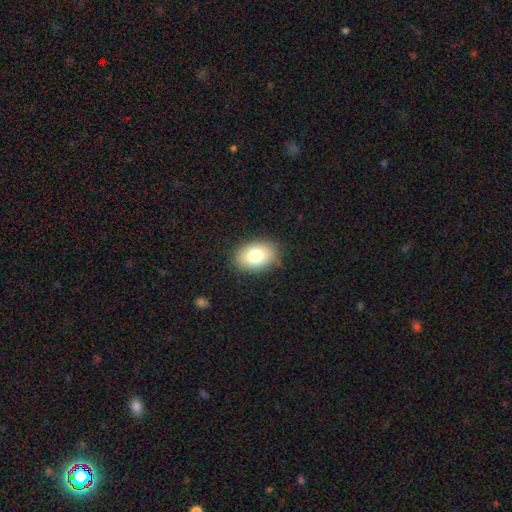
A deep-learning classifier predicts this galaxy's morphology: This is likely a smooth galaxy (78%). How rounded: clearly in between (82%). Merging: clearly none (87%).